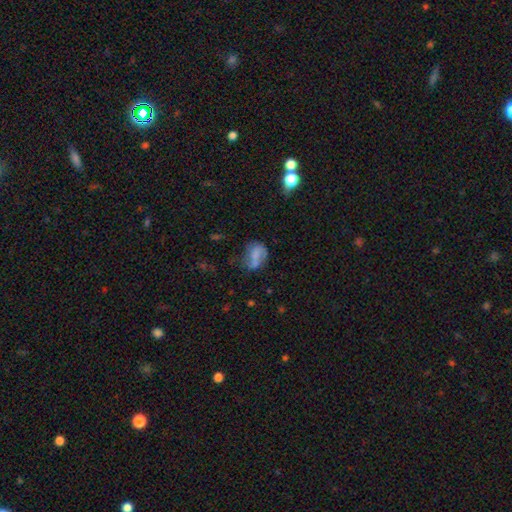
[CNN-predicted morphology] smooth 57%, featured or disk 32%, star or artifact 11%. Down the decision tree: how rounded — in between (71%); merging — none (40%).